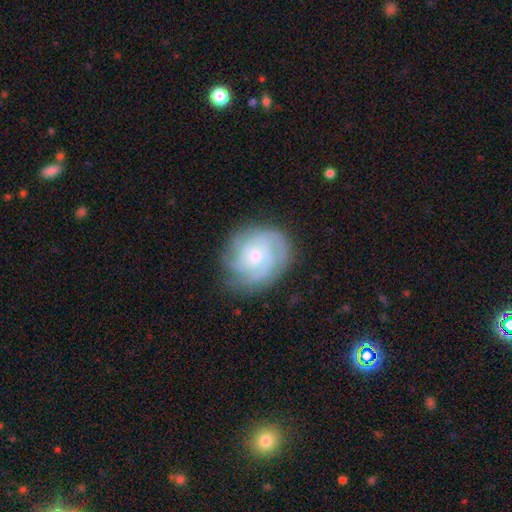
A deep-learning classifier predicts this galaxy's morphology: A featured or disk galaxy (78%) with no bar (74%), tight (70%) spiral arms (94%) and a moderate central bulge (53%). Merging: none (76%).